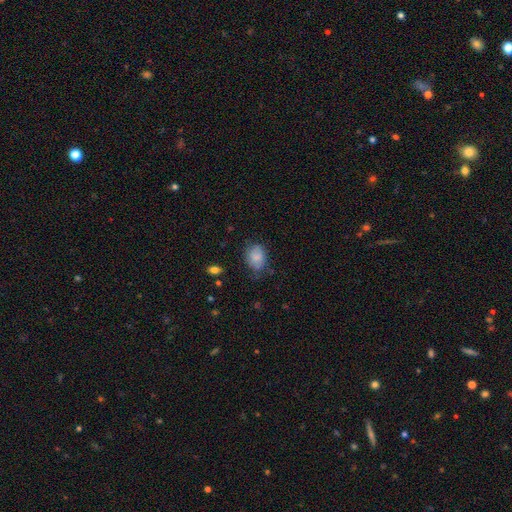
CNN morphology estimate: smooth 79%, featured or disk 12%, star or artifact 8%. Down the decision tree: how rounded — in between (65%); merging — none (60%).